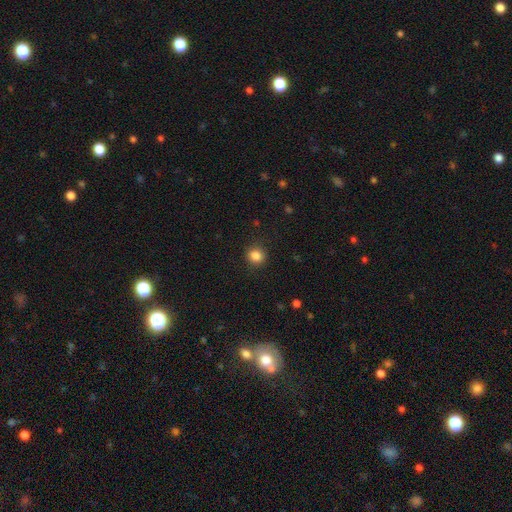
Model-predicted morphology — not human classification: Smooth or featured: smooth — 85% (star or artifact — 11%)
How rounded: round — 83% (in between — 16%)
Merging: none — 90% (minor disturbance — 7%)